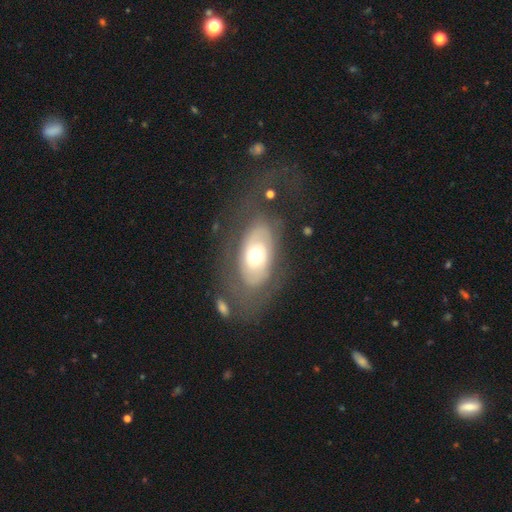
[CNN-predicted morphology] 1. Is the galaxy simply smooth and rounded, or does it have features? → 62% featured or disk, 32% smooth, 6% star or artifact.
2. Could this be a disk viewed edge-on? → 91% no, 9% yes.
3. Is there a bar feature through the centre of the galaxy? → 85% no, 11% weak, 4% strong.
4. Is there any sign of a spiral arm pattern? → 50% no (tied), 50% yes (tied).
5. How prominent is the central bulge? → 67% moderate, 15% small, 15% large, 2% dominant, 1% none.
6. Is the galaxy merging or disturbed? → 58% none, 20% major disturbance, 18% minor disturbance, 4% merger.